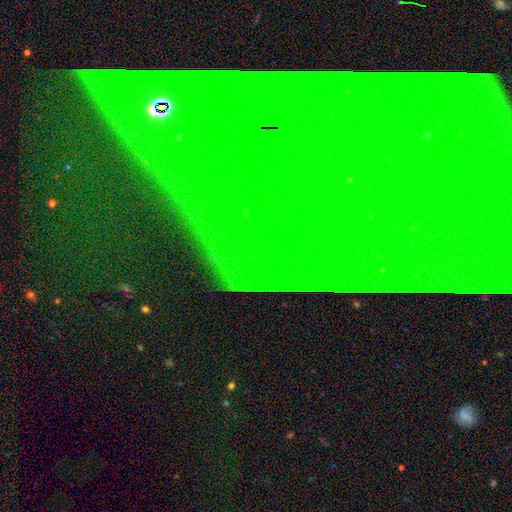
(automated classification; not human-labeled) Smooth or featured?
  - star or artifact: 84% *
  - featured or disk: 8%
  - smooth: 7%